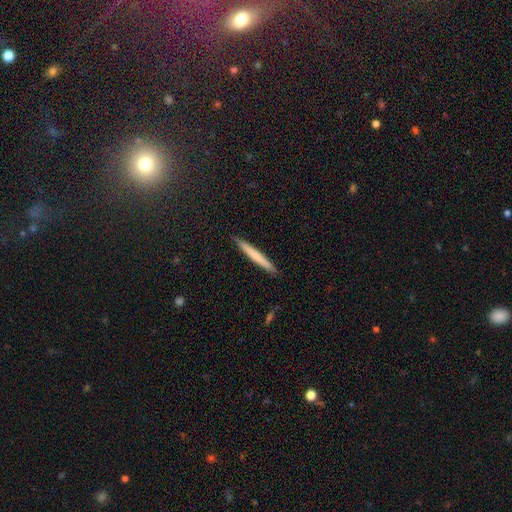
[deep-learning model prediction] smooth_or_featured: smooth (p=0.64) [alt: featured or disk p=0.30]
how_rounded: cigar-shaped (p=0.97) [alt: in between p=0.02]
merging: none (p=0.91) [alt: minor disturbance p=0.07]